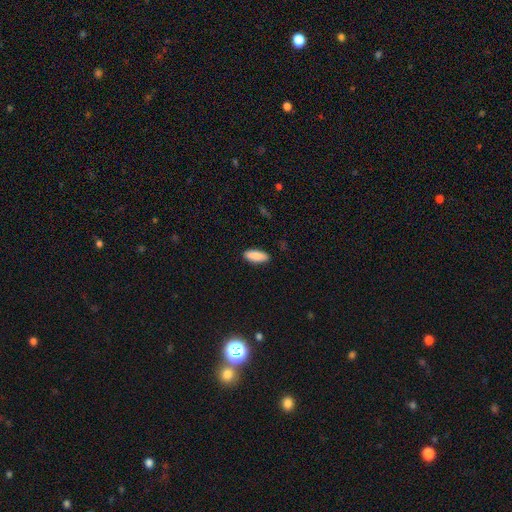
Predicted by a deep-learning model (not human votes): The model was most divided on "how rounded": in between: 78%, cigar-shaped: 21%, round: 2%. More confident: merging — none (89%); smooth or featured — smooth (89%).